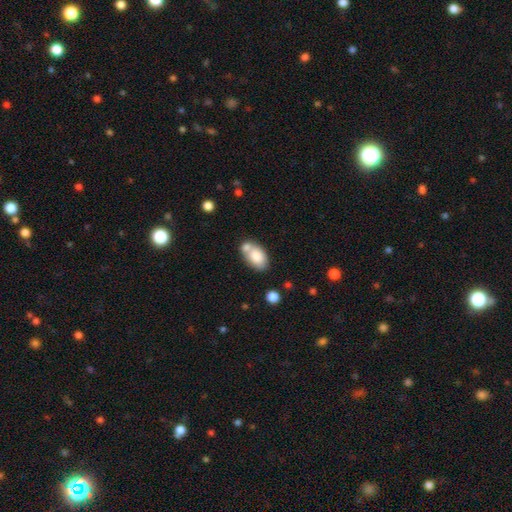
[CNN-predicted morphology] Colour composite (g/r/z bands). It shows a smooth galaxy with no disk features (79%) that is in between round and cigar-shaped (91%). Merging: none (44%).